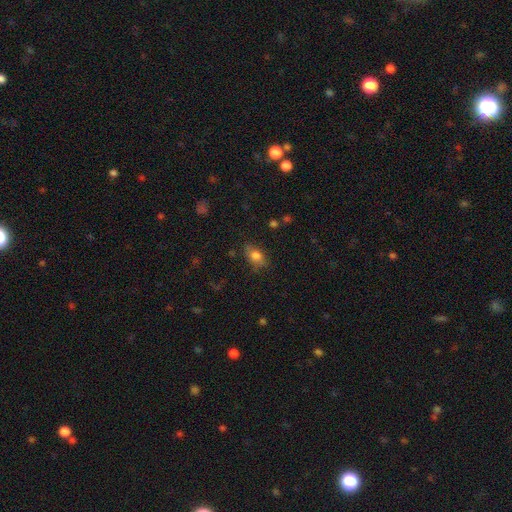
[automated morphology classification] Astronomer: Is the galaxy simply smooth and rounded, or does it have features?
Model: smooth — 78%.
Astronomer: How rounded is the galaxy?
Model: in between — 82%.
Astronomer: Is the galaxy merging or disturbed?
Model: none — 75%.